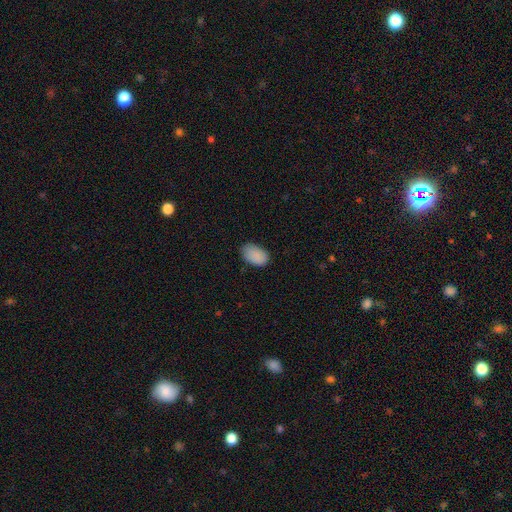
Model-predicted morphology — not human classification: This is clearly a smooth galaxy (89%). How rounded: clearly in between (92%). Merging: likely none (75%).